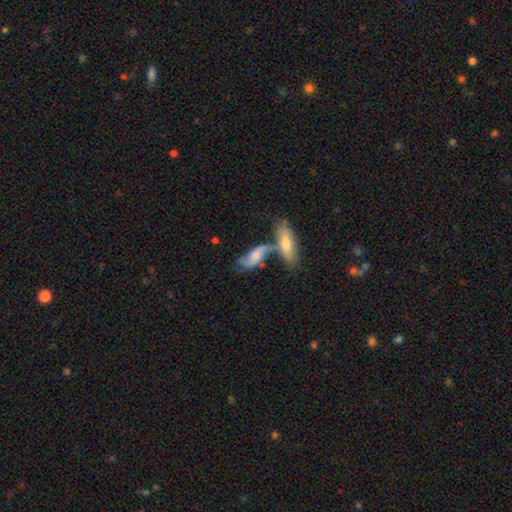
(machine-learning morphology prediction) type=featured or disk (50%); merging=merger (52%).